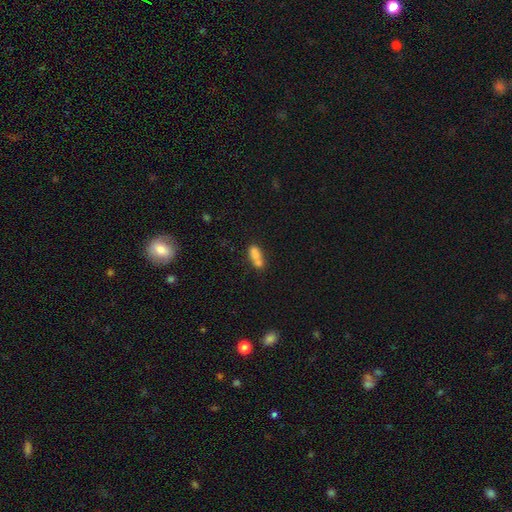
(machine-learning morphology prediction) Smooth or featured? smooth (69%)
How rounded? in between (70%)
Merging? merger (57%)